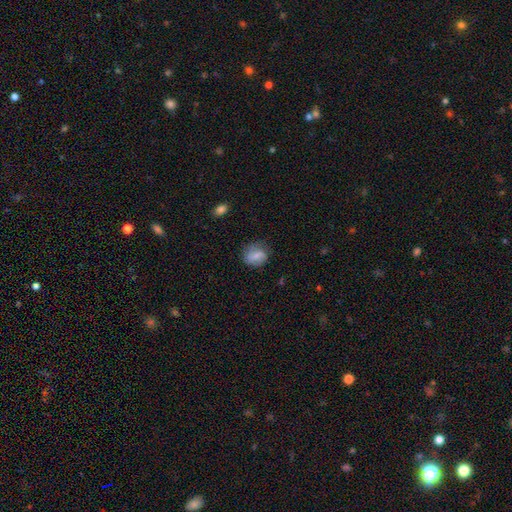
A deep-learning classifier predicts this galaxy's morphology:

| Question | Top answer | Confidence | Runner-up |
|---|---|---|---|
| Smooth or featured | smooth | 68% | featured or disk (23%) |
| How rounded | round | 50% | in between (48%) |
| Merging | none | 65% | minor disturbance (24%) |